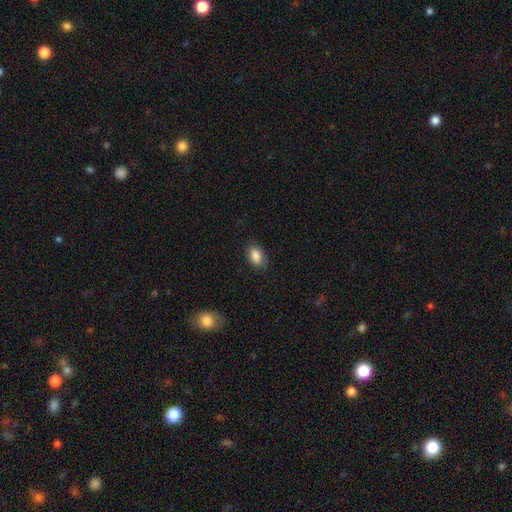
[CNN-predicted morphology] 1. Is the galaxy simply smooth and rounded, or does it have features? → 87% smooth, 8% star or artifact, 5% featured or disk.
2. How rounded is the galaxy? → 86% in between, 12% round, 2% cigar-shaped.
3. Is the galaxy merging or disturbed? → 83% none, 13% minor disturbance, 3% major disturbance, 1% merger.